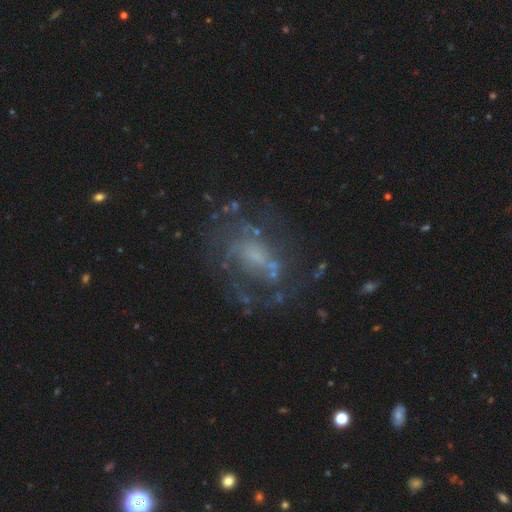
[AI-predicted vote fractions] This appears to be a featured or disk galaxy (76%) with no bar (57%), medium (40%) spiral arms (76%) and a small central bulge (36%). Merging: none (60%).